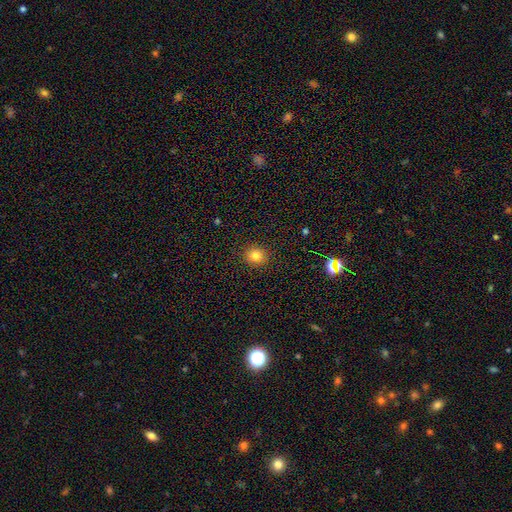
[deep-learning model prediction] The model was most divided on "how rounded": round: 84%, in between: 15%, cigar-shaped: 1%. More confident: merging — none (91%); smooth or featured — smooth (82%).